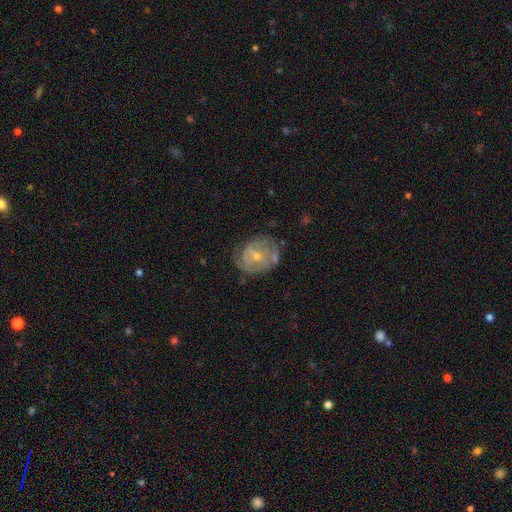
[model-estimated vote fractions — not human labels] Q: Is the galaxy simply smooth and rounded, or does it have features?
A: featured or disk — 69%.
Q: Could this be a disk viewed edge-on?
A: no — 97%.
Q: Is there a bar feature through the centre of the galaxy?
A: weak — 47%.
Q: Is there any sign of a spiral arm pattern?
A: yes — 70%.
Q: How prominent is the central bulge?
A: small — 58%.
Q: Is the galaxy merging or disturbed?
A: none — 52%.